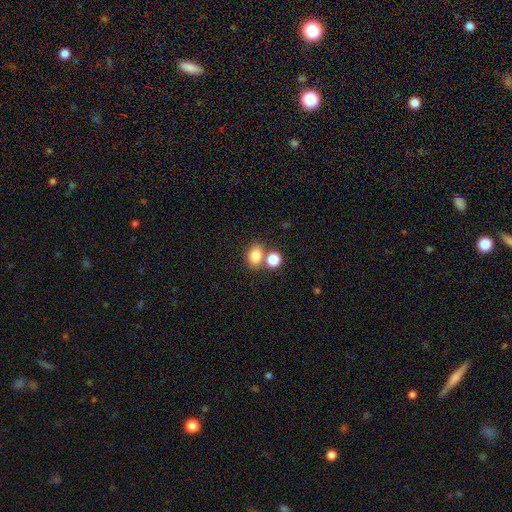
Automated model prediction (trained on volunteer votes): Morphology: type=smooth (81%); roundness=in between (53%); merging=none (57%).